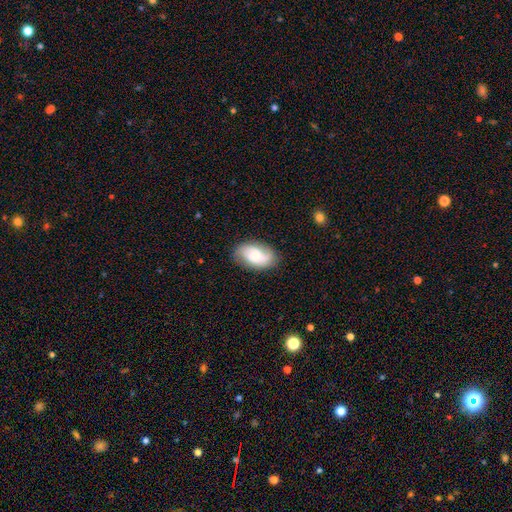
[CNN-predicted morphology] Q: Smooth or featured?
A: featured or disk (48%); runner-up: smooth (45%)
Q: Merging?
A: none (76%); runner-up: minor disturbance (17%)